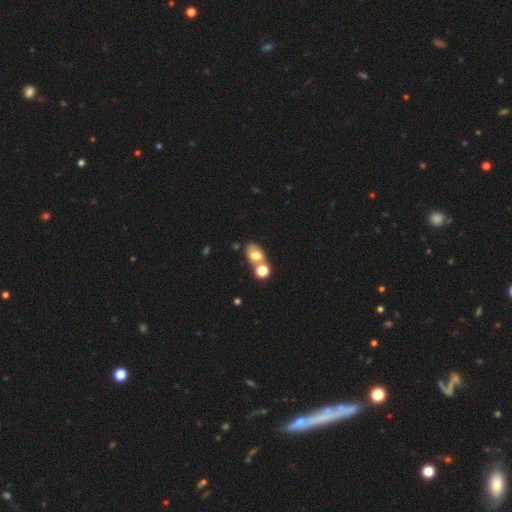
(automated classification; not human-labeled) This appears to be a smooth galaxy with no disk features (69%) that is in between round and cigar-shaped (74%). Merging: merger (46%).